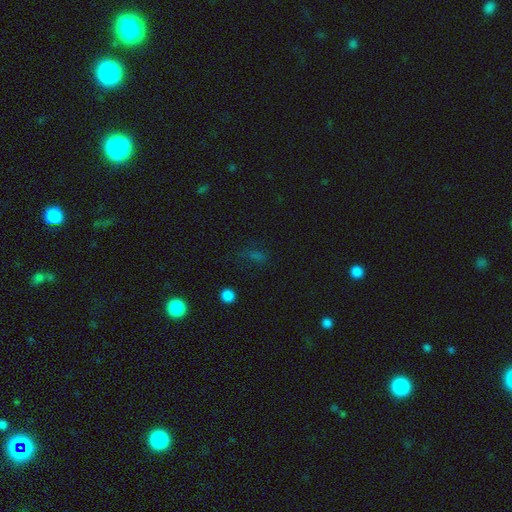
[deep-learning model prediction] This is marginally a smooth galaxy (44%). Merging: likely none (67%).